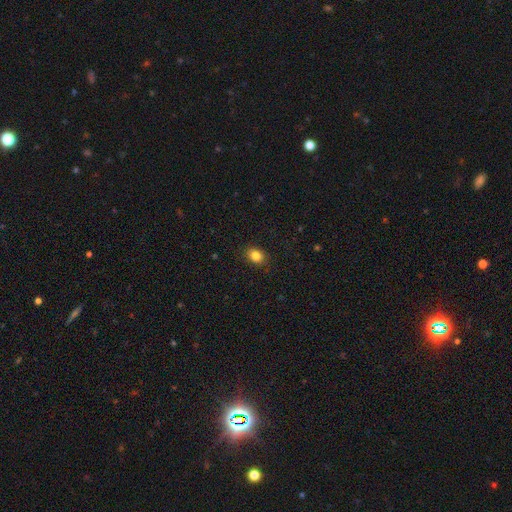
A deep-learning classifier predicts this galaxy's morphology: Smooth or featured: smooth — 83% (star or artifact — 11%)
How rounded: in between — 56% (round — 43%)
Merging: none — 89% (minor disturbance — 8%)